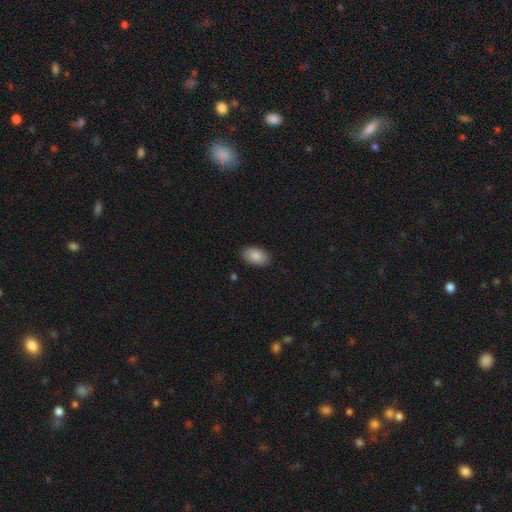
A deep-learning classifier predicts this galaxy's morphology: Smooth or featured? Predicted: smooth (p=0.88). How rounded? Predicted: in between (p=0.93). Merging? Predicted: none (p=0.88).